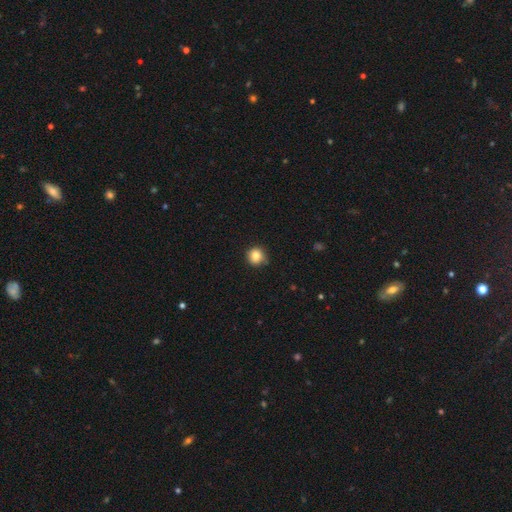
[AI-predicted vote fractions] Smooth or featured?
  - smooth: 83% *
  - star or artifact: 10%
  - featured or disk: 7%
How rounded?
  - round: 92% *
  - in between: 7%
  - cigar-shaped: 1%
Merging?
  - none: 80% *
  - minor disturbance: 16%
  - major disturbance: 3%
  - merger: 2%